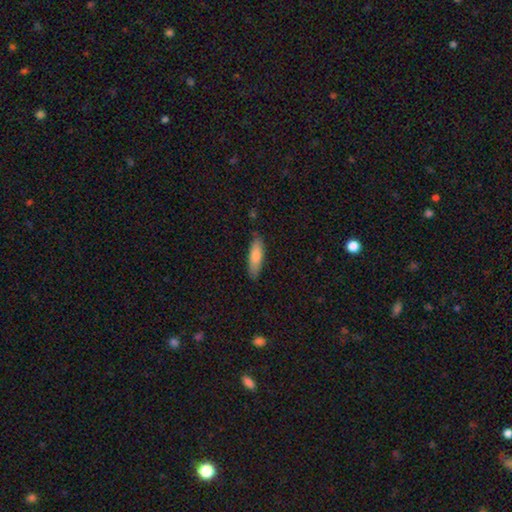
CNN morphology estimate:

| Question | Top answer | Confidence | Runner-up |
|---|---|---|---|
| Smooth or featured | smooth | 81% | featured or disk (13%) |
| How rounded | cigar-shaped | 54% | in between (44%) |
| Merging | none | 84% | minor disturbance (12%) |